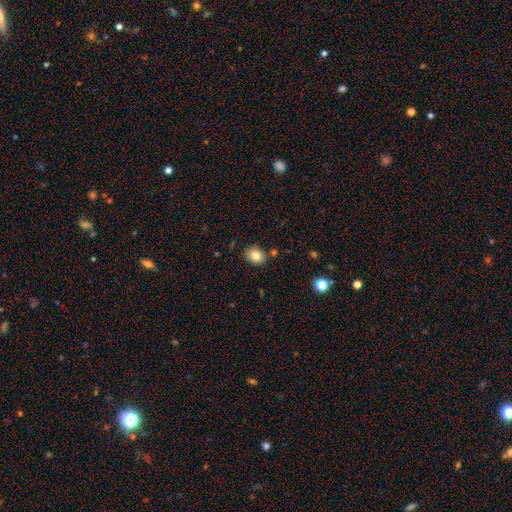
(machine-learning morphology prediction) Smooth or featured? smooth (82%)
How rounded? round (61%)
Merging? none (83%)